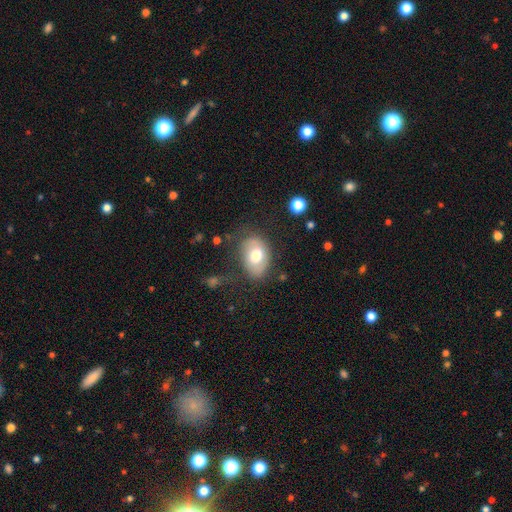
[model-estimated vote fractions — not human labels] The model was most divided on "smooth or featured": smooth: 65%, featured or disk: 27%, star or artifact: 7%. More confident: how rounded — in between (81%); merging — none (63%).